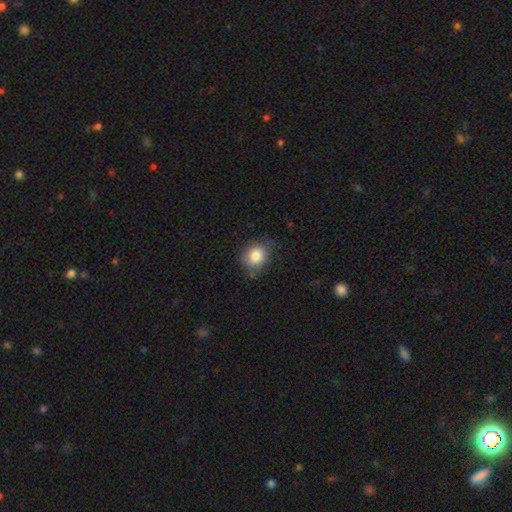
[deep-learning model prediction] Morphology: type=smooth (83%); roundness=round (71%); merging=none (69%).